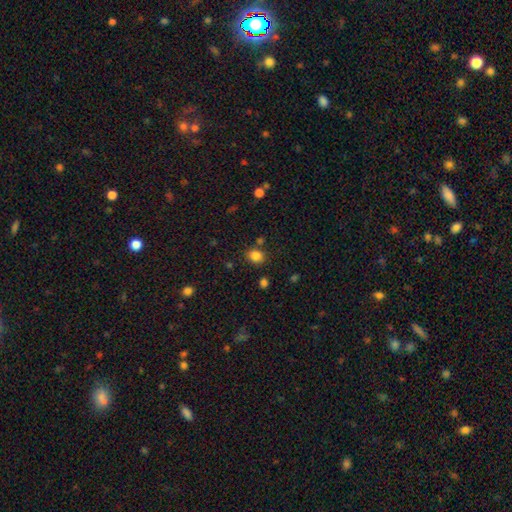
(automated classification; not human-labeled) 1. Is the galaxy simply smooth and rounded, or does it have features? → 83% smooth, 12% star or artifact, 5% featured or disk.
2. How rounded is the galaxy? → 61% round, 38% in between, 1% cigar-shaped.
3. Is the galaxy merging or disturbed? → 81% none, 10% minor disturbance, 6% merger, 3% major disturbance.